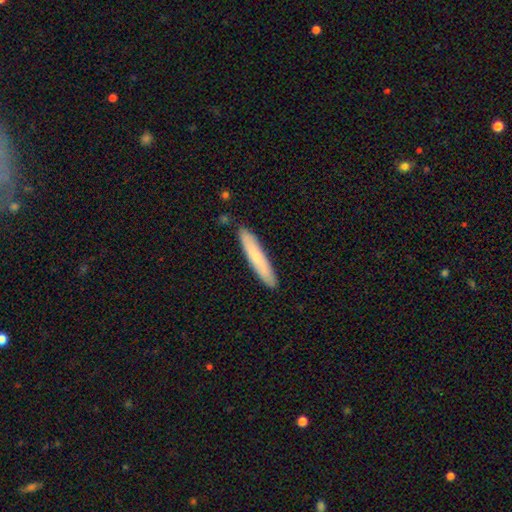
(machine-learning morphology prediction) This appears to be a smooth galaxy with no disk features (70%) that is cigar-shaped (93%). Merging: none (89%).